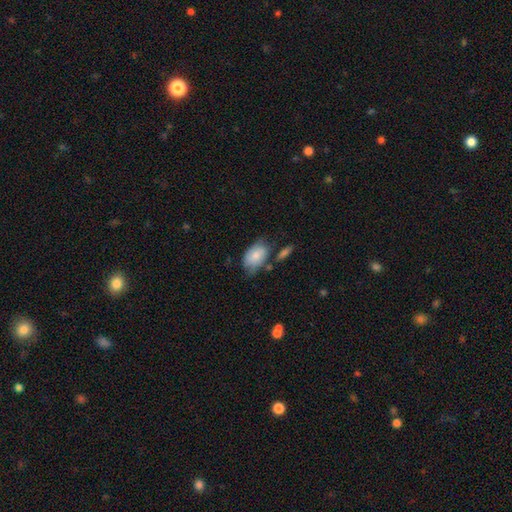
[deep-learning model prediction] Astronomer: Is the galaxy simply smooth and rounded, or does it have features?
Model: smooth — 80%.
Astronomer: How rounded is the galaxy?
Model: in between — 89%.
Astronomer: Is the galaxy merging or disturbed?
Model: none — 50% (runner-up: minor disturbance, 31%).